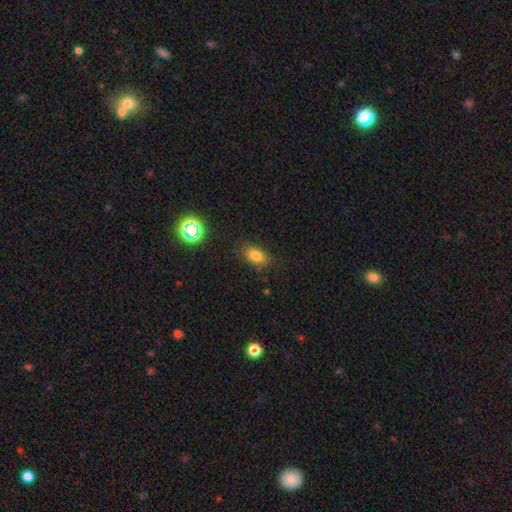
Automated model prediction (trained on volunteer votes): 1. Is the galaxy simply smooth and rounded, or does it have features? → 78% smooth, 13% star or artifact, 9% featured or disk.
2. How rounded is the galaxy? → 85% in between, 12% round, 3% cigar-shaped.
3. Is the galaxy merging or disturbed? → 81% none, 14% minor disturbance, 4% major disturbance, 1% merger.